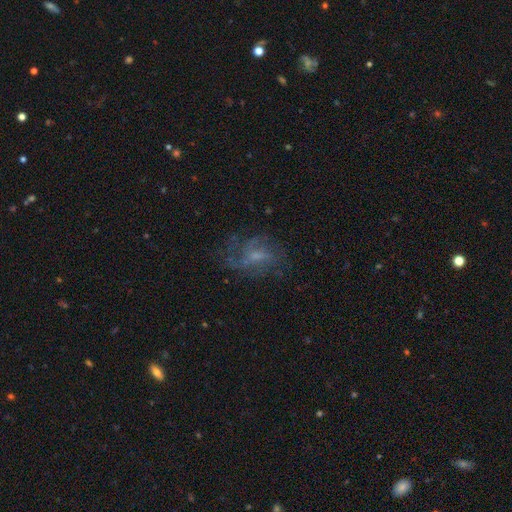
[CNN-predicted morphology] smooth-or-featured: featured or disk: 67% | smooth: 21% | star or artifact: 12%
  disk-edge-on: no: 96% | yes: 4%
    bar: weak: 46% | no: 45% | strong: 8%
    has-spiral-arms: yes: 78% | no: 22%
      spiral-winding: medium: 43% | loose: 36% | tight: 22%
      spiral-arm-count: can't tell: 38% | 3: 21% | 2: 18% | 4: 11% | 1: 6% | more than 4: 5%
    bulge-size: small: 49% | moderate: 29% | none: 19% | large: 2% | dominant: 1%
  merging: none: 56% | major disturbance: 22% | minor disturbance: 20% | merger: 2%